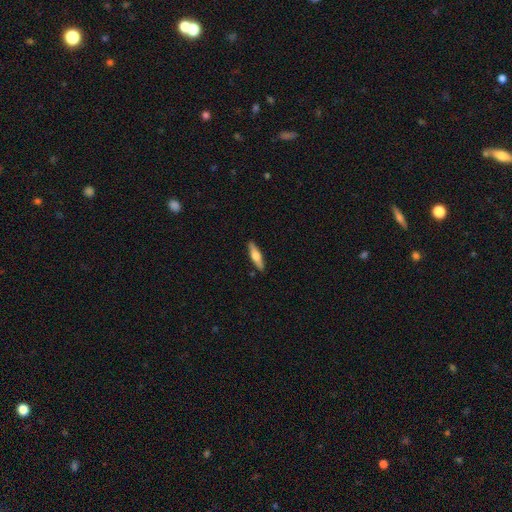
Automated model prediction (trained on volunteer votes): Smooth or featured?
  - smooth: 50% *
  - featured or disk: 45%
  - star or artifact: 5%
Merging?
  - none: 90% *
  - minor disturbance: 8%
  - major disturbance: 2%
  - merger: 1%